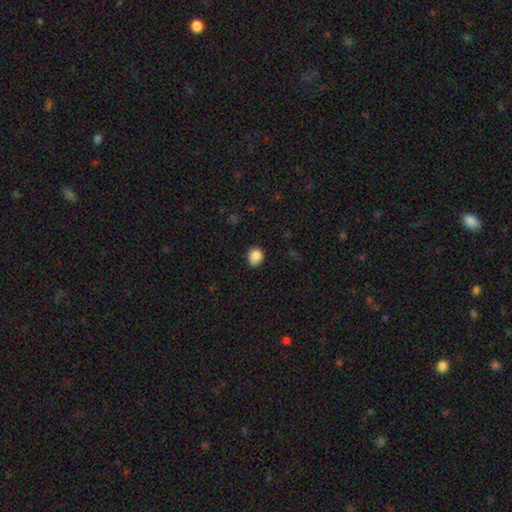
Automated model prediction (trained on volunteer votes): smooth 87%, star or artifact 9%, featured or disk 4%. Down the decision tree: how rounded — round (72%); merging — none (75%).